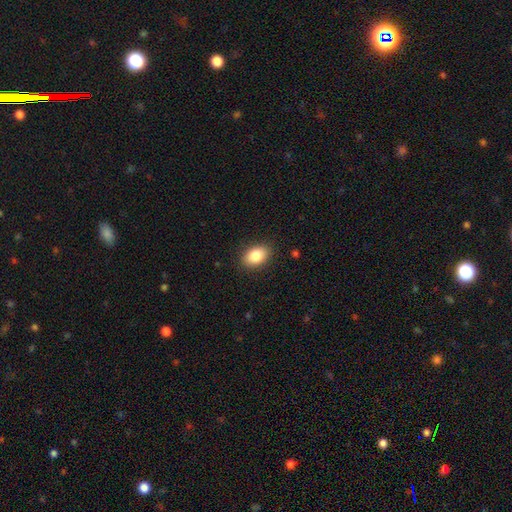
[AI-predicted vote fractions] Overall: smooth (85%). How rounded: in between (85%). Merging: none (88%).